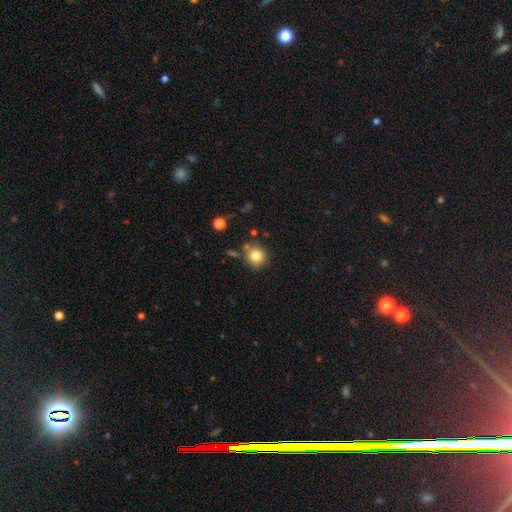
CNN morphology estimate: Smooth or featured? Predicted: smooth (p=0.82). How rounded? Predicted: round (p=0.91). Merging? Predicted: none (p=0.75).